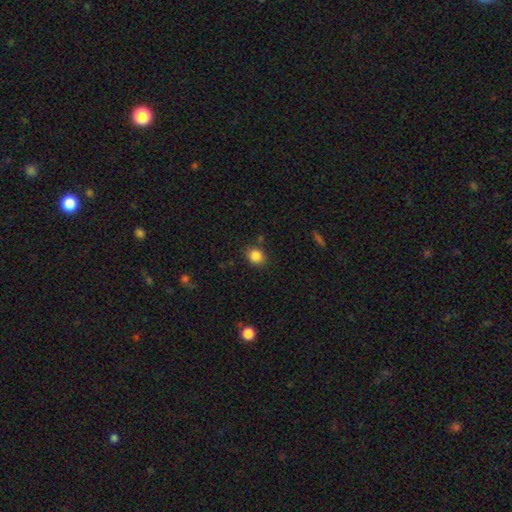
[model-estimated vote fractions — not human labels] Morphology: type=smooth (86%); roundness=round (60%); merging=none (84%).